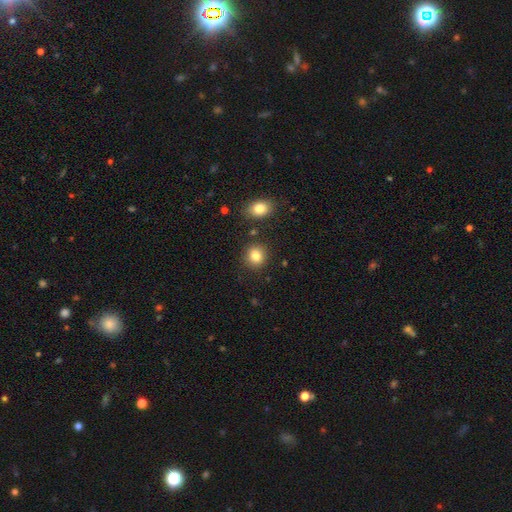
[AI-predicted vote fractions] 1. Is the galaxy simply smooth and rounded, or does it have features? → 83% smooth, 10% star or artifact, 7% featured or disk.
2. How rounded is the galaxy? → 81% round, 18% in between, 1% cigar-shaped.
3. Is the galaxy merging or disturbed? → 86% none, 8% minor disturbance, 4% merger, 2% major disturbance.